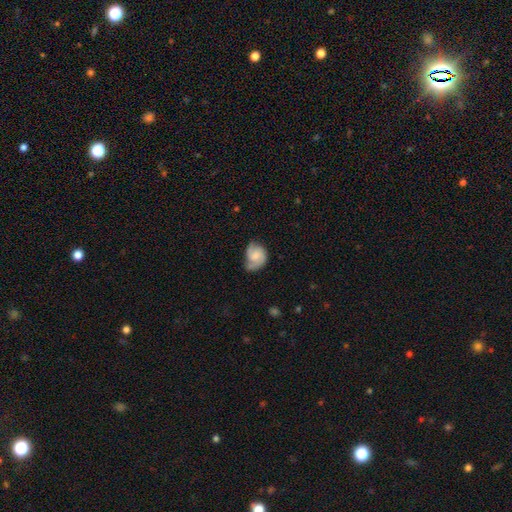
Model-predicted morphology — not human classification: smooth_or_featured: featured or disk (p=0.59) [alt: smooth p=0.34]
disk_edge_on: no (p=0.98) [alt: yes p=0.02]
bar: no (p=0.61) [alt: weak p=0.34]
has_spiral_arms: yes (p=0.91) [alt: no p=0.09]
spiral_winding: medium (p=0.45) [alt: tight p=0.32]
spiral_arm_count: 2 (p=0.70) [alt: 1 p=0.12]
bulge_size: small (p=0.38) [alt: moderate p=0.31]
merging: none (p=0.50) [alt: minor disturbance p=0.33]